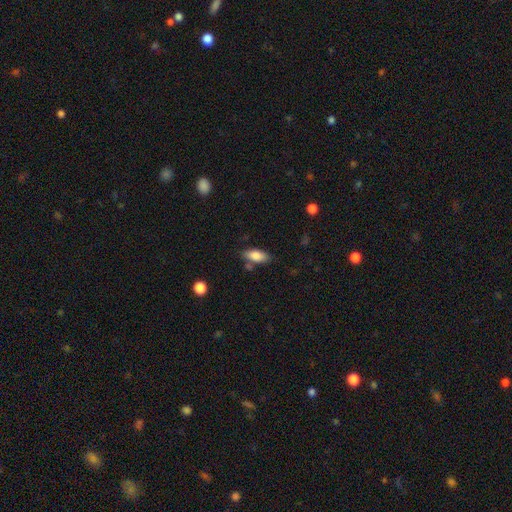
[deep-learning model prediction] This is clearly a smooth galaxy (82%). How rounded: clearly in between (85%). Merging: likely none (74%).